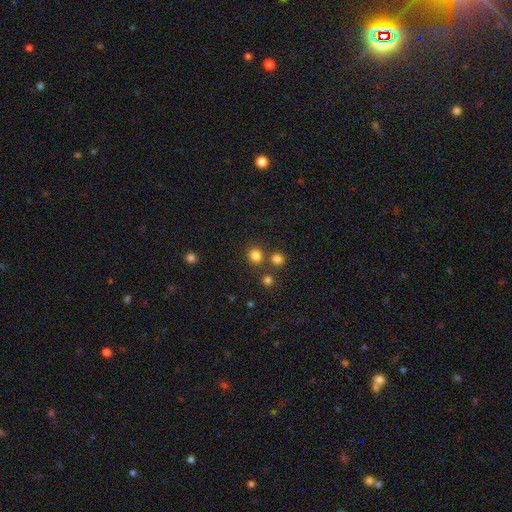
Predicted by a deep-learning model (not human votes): A smooth galaxy with no disk features (80%) that is round (82%).

Vote fractions:
- Smooth or featured? smooth: 80% / star or artifact: 15% / featured or disk: 5%
- How rounded? round: 82% / in between: 17% / cigar-shaped: 1%
- Merging? none: 76% / merger: 13% / minor disturbance: 8% / major disturbance: 3%